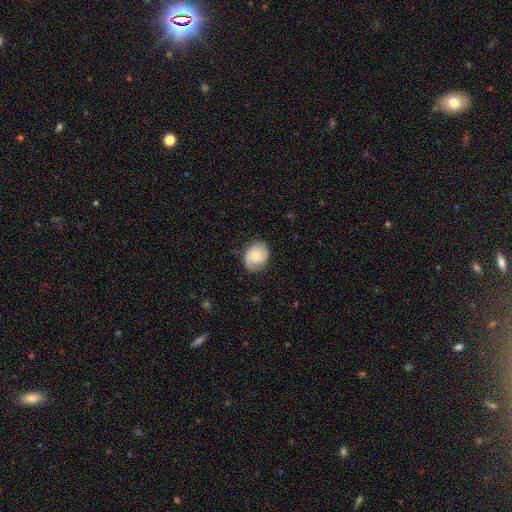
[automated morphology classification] A smooth galaxy with no disk features (60%) that is in between round and cigar-shaped (54%). Merging: none (72%).